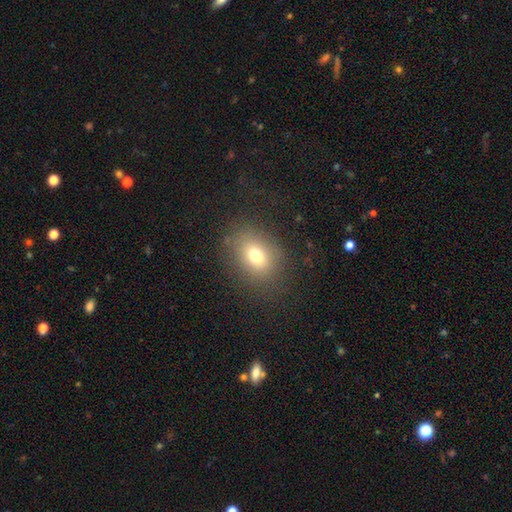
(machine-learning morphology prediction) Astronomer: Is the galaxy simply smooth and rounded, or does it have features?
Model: smooth — 72%.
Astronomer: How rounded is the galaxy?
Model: in between — 61% (runner-up: round, 38%).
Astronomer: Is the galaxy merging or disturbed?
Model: none — 81%.